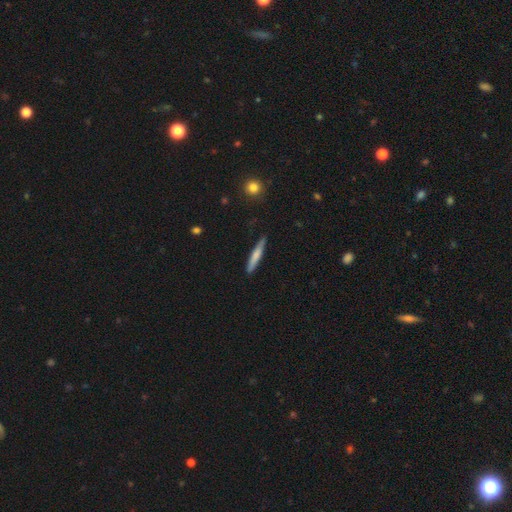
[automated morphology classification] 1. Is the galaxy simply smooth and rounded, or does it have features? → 67% smooth, 27% featured or disk, 6% star or artifact.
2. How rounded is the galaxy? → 94% cigar-shaped, 5% in between, 1% round.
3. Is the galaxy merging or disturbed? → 86% none, 11% minor disturbance, 2% major disturbance, 1% merger.